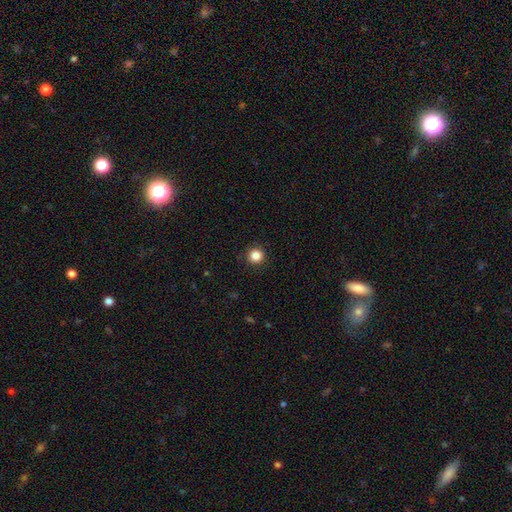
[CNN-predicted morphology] type=smooth (85%); roundness=round (94%); merging=none (91%).